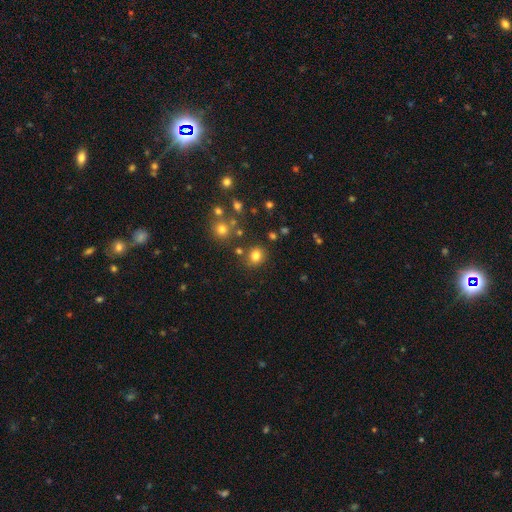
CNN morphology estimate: smooth 79%, star or artifact 14%, featured or disk 7%. Down the decision tree: how rounded — round (80%); merging — none (82%).